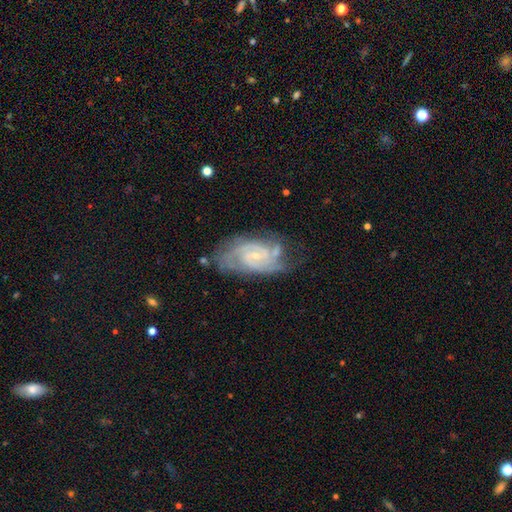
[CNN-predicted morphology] featured or disk 87%, smooth 7%, star or artifact 6%. Down the decision tree: edge-on disk — no (97%); bar — no (54%); spiral arms — yes (97%); spiral arm count — 2 (42%); spiral winding — tight (57%); bulge size — small (76%); merging — none (62%).